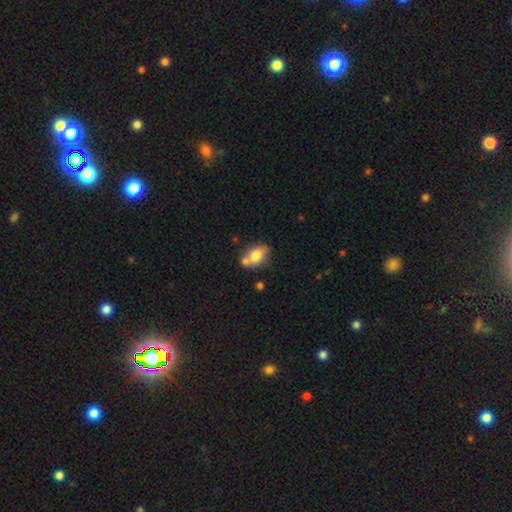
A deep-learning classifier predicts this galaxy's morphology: The model was most divided on "merging": none: 54%, merger: 24%, minor disturbance: 17%, major disturbance: 4%. More confident: how rounded — in between (81%); smooth or featured — smooth (77%).